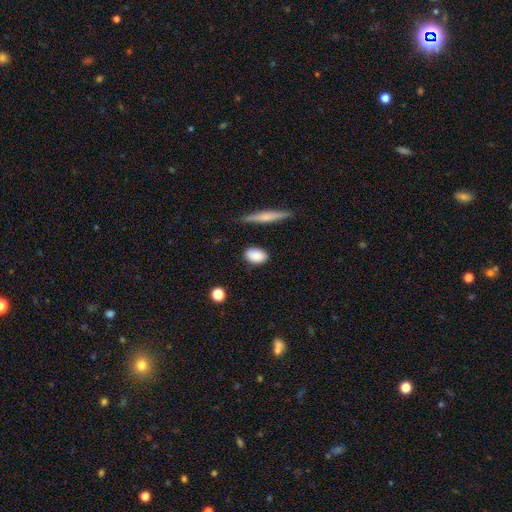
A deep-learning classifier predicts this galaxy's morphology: Overall: smooth (86%). How rounded: in between (81%). Merging: none (83%).